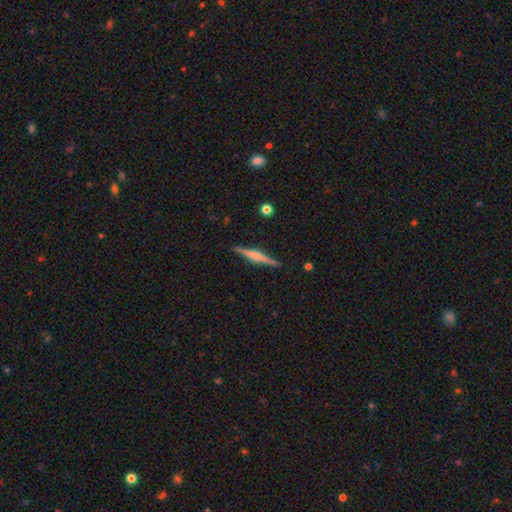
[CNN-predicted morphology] Overall: featured or disk (72%). Edge-on disk: yes (98%). Edge-on bulge: rounded (65%). Merging: none (91%).